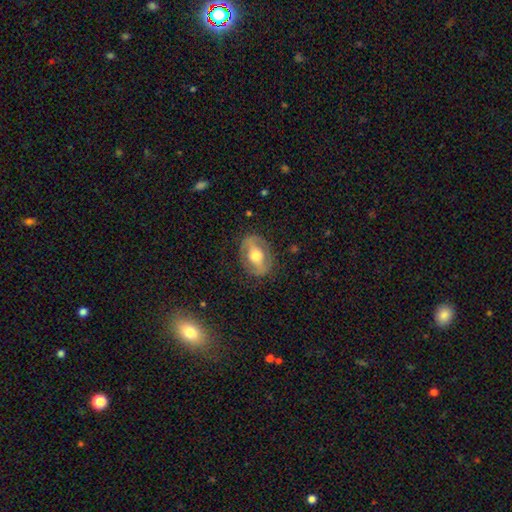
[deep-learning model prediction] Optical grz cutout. It shows a featured or disk galaxy (60%) with a strong bar (43%), no spiral arms (60%) and a moderate central bulge (67%). Merging: none (79%).